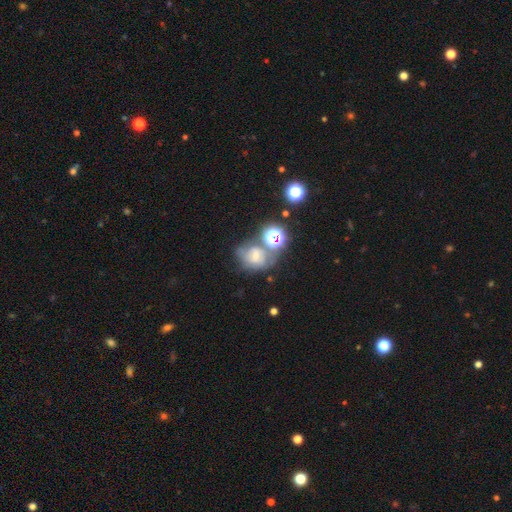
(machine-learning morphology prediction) type=featured or disk (38%); merging=none (39%).